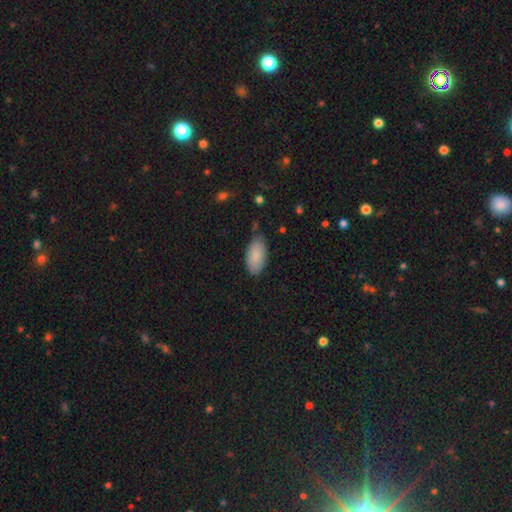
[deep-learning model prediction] Smooth or featured: smooth — 87% (featured or disk — 7%)
How rounded: in between — 94% (cigar-shaped — 4%)
Merging: none — 79% (minor disturbance — 16%)